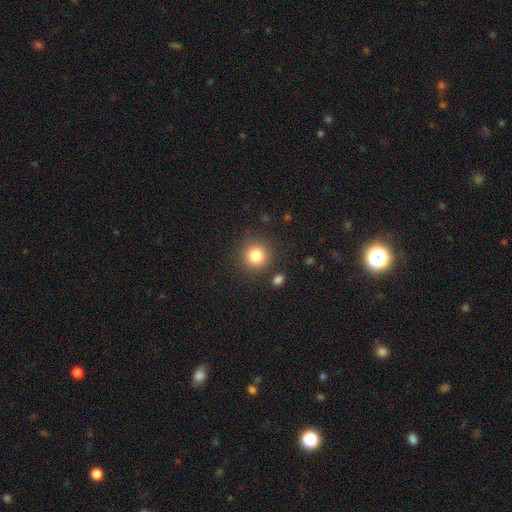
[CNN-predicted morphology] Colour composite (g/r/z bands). It shows a smooth galaxy with no disk features (81%) that is round (93%). Merging: none (85%).